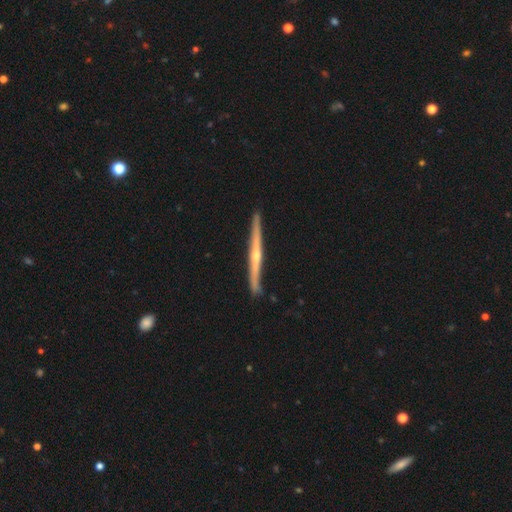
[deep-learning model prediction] The model was most divided on "edge-on bulge": rounded: 75%, none: 20%, boxy: 4%. More confident: edge-on disk — yes (98%); merging — none (88%); smooth or featured — featured or disk (77%).